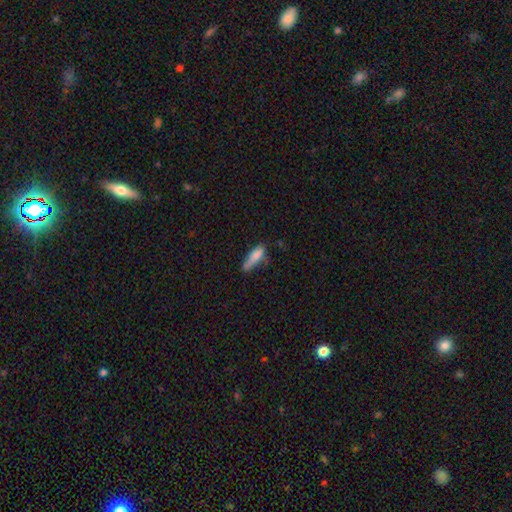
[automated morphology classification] smooth_or_featured: smooth (p=0.78) [alt: featured or disk p=0.14]
how_rounded: cigar-shaped (p=0.56) [alt: in between p=0.42]
merging: none (p=0.42) [alt: minor disturbance p=0.36]